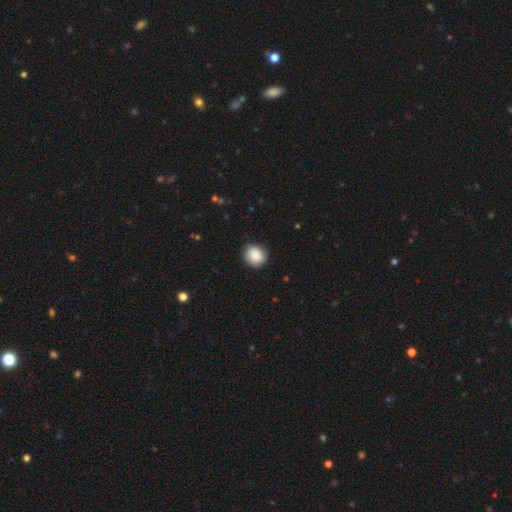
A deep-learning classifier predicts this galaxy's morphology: Smooth or featured? smooth (84%)
How rounded? round (76%)
Merging? none (83%)